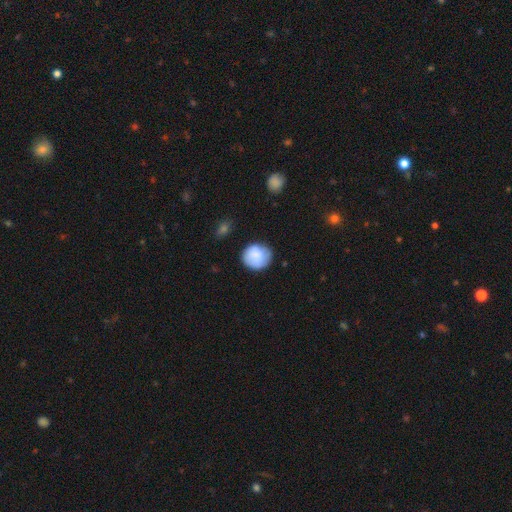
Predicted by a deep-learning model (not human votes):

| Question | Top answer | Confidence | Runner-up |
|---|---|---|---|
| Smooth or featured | smooth | 84% | featured or disk (9%) |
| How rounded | round | 85% | in between (14%) |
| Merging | none | 74% | minor disturbance (20%) |